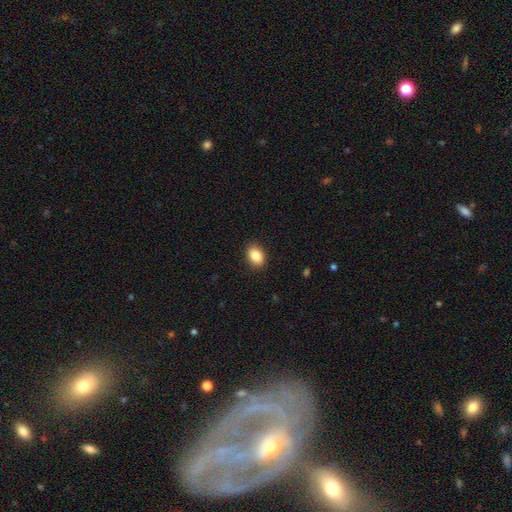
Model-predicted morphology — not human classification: smooth_or_featured: smooth (p=0.86) [alt: star or artifact p=0.08]
how_rounded: in between (p=0.78) [alt: round p=0.20]
merging: none (p=0.90) [alt: minor disturbance p=0.07]